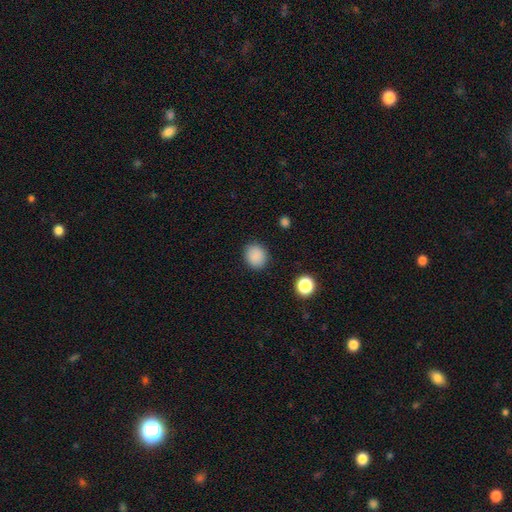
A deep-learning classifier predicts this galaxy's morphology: Smooth or featured?
  - smooth: 87% *
  - star or artifact: 10%
  - featured or disk: 3%
How rounded?
  - round: 72% *
  - in between: 27%
  - cigar-shaped: 1%
Merging?
  - none: 88% *
  - minor disturbance: 8%
  - major disturbance: 3%
  - merger: 1%